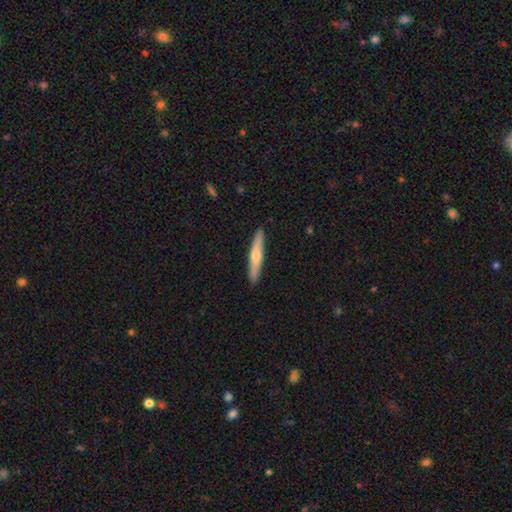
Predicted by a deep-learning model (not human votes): A featured or disk galaxy (50%) viewed edge-on (95%).

Vote fractions:
- Smooth or featured? featured or disk: 50% / smooth: 44% / star or artifact: 5%
- Edge-on disk? yes: 95% / no: 5%
- Merging? none: 92% / minor disturbance: 6% / major disturbance: 1% / merger: 1%